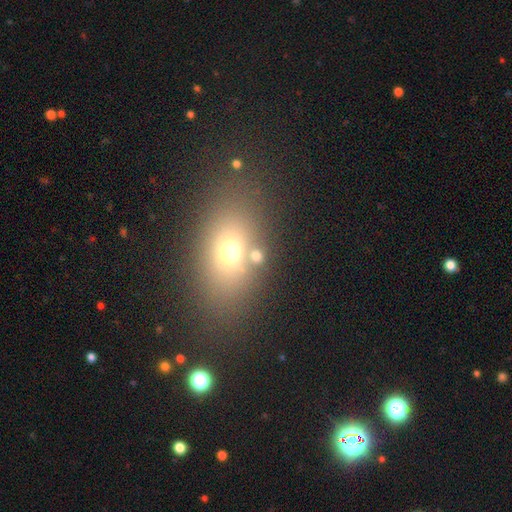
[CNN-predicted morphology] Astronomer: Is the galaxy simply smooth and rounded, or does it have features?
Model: smooth — 65%.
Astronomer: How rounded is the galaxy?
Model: in between — 67%.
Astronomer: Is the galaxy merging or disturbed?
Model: none — 67%.